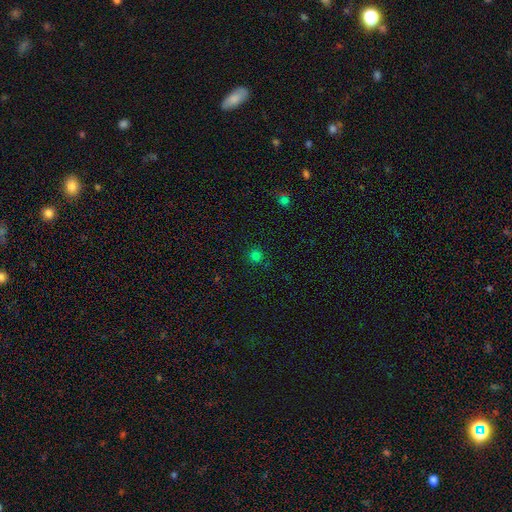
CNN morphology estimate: Q: Smooth or featured?
A: smooth (76%); runner-up: star or artifact (20%)
Q: How rounded?
A: round (92%); runner-up: in between (7%)
Q: Merging?
A: none (87%); runner-up: minor disturbance (8%)